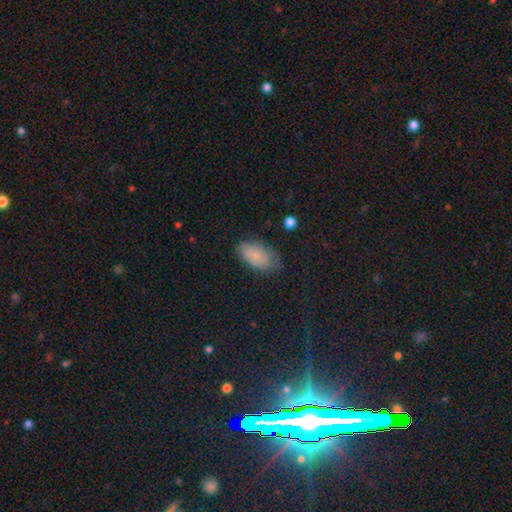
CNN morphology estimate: The model was most divided on "merging": none: 66%, minor disturbance: 26%, major disturbance: 7%, merger: 1%. More confident: how rounded — in between (93%); smooth or featured — smooth (76%).